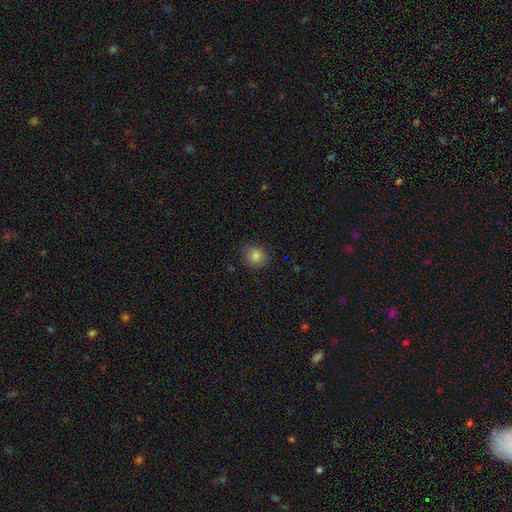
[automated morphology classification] smooth_or_featured: smooth (p=0.83) [alt: star or artifact p=0.11]
how_rounded: round (p=0.76) [alt: in between p=0.23]
merging: none (p=0.83) [alt: minor disturbance p=0.13]